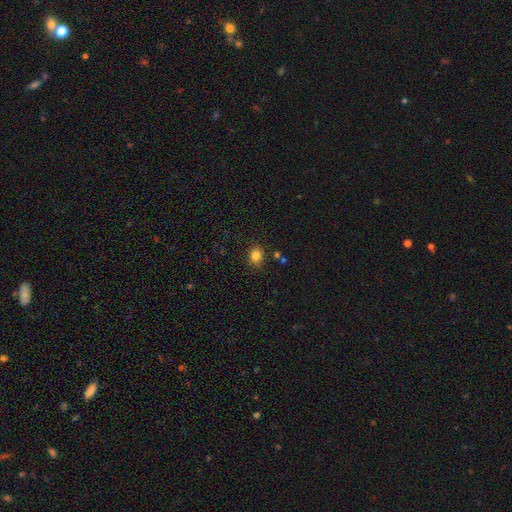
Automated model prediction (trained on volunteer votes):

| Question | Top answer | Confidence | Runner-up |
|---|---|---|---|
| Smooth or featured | smooth | 83% | star or artifact (12%) |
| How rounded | round | 59% | in between (40%) |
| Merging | none | 82% | minor disturbance (12%) |